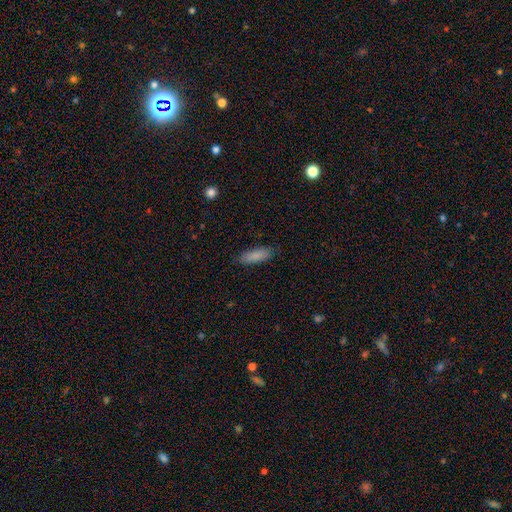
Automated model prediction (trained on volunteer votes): Smooth or featured? smooth (86%)
How rounded? in between (54%)
Merging? none (84%)